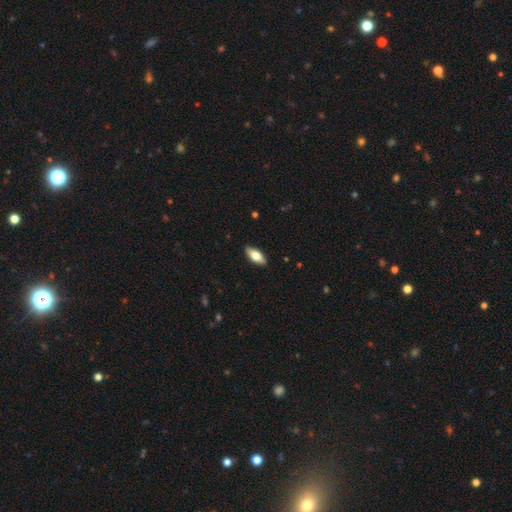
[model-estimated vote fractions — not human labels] Morphology: type=smooth (71%); roundness=in between (83%); merging=none (89%).